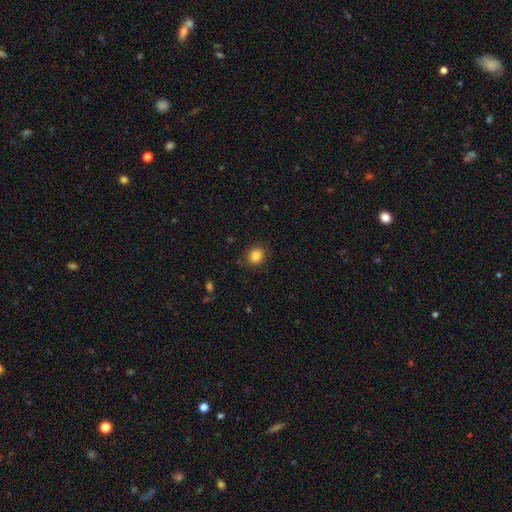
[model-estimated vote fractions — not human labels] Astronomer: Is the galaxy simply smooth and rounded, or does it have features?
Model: smooth — 85%.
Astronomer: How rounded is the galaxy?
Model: round — 72%.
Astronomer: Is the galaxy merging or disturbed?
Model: none — 85%.